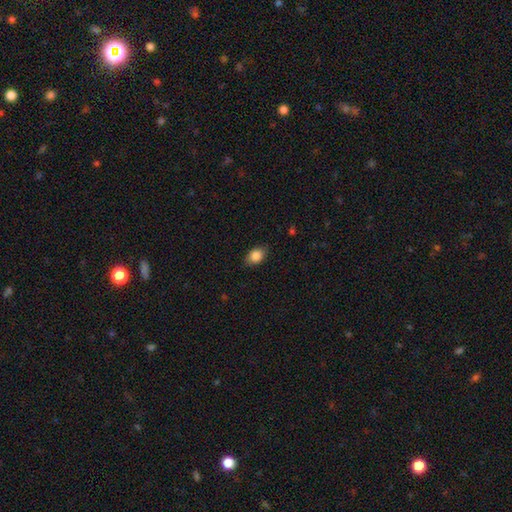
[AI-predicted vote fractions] Smooth or featured?
  - smooth: 86% *
  - star or artifact: 8%
  - featured or disk: 6%
How rounded?
  - in between: 75% *
  - round: 23%
  - cigar-shaped: 2%
Merging?
  - none: 81% *
  - minor disturbance: 15%
  - major disturbance: 3%
  - merger: 1%